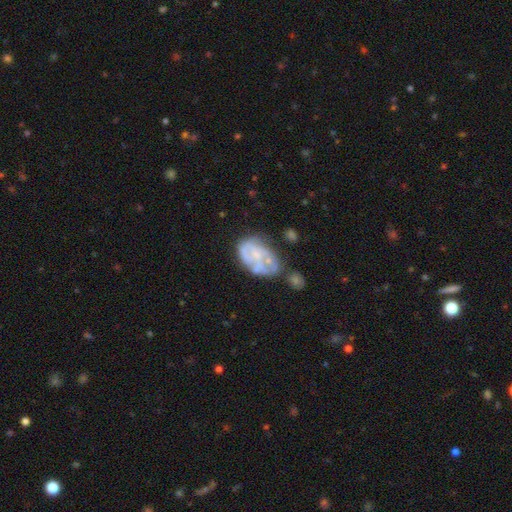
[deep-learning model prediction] Morphology: type=featured or disk (69%); edge-on=no (98%); bar=no (73%); spiral arms=yes (62%); bulge=small (49%); merging=none (37%).